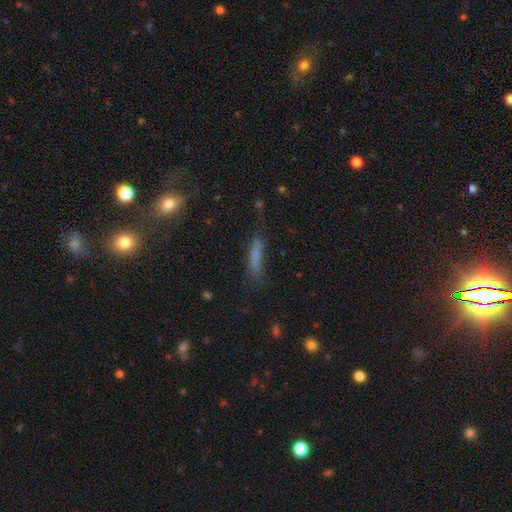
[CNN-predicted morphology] smooth 68%, featured or disk 19%, star or artifact 13%. Down the decision tree: how rounded — cigar-shaped (79%); merging — none (62%).